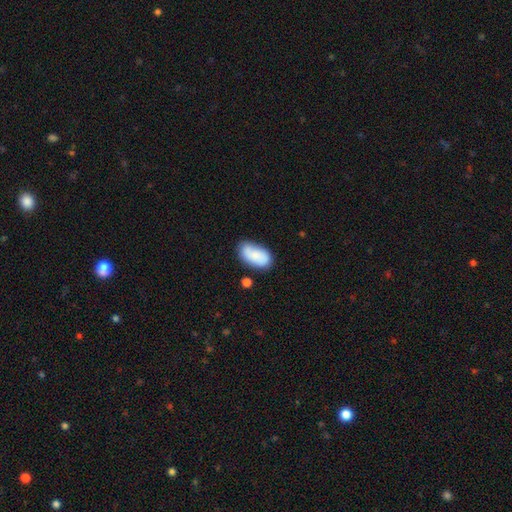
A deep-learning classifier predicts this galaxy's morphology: smooth-or-featured: smooth: 78% | featured or disk: 15% | star or artifact: 7%
  how-rounded: in between: 94% | round: 4% | cigar-shaped: 2%
  merging: none: 66% | minor disturbance: 22% | merger: 7% | major disturbance: 5%